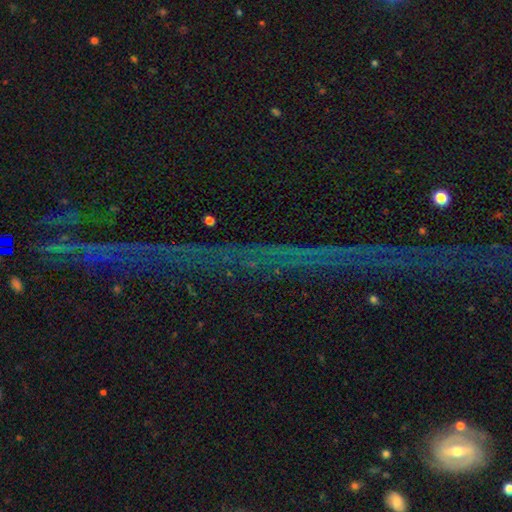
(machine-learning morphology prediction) Q: Smooth or featured?
A: star or artifact (78%); runner-up: featured or disk (13%)